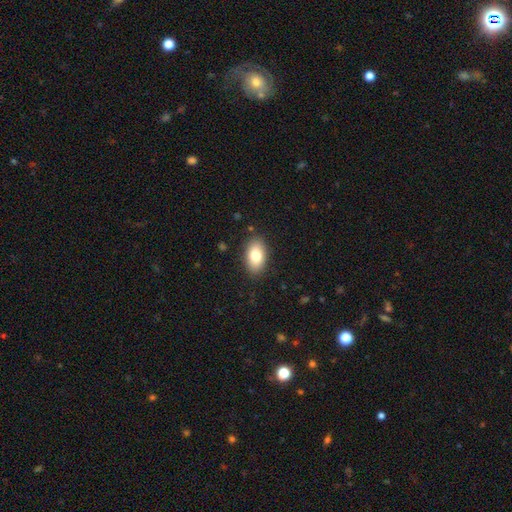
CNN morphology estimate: smooth_or_featured: smooth (p=0.78) [alt: featured or disk p=0.14]
how_rounded: in between (p=0.91) [alt: round p=0.07]
merging: none (p=0.87) [alt: minor disturbance p=0.09]